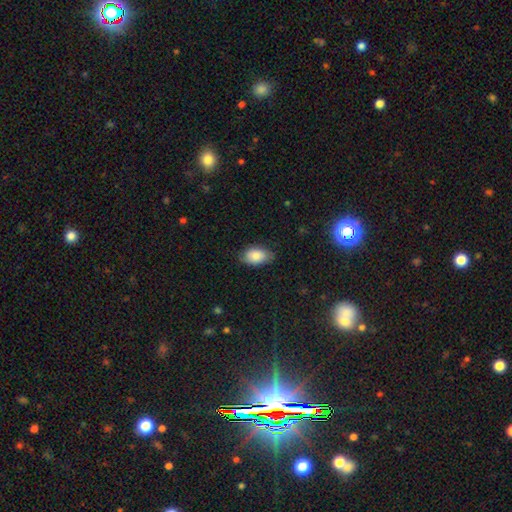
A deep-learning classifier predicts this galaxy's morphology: Smooth or featured? smooth (80%)
How rounded? in between (90%)
Merging? none (74%)